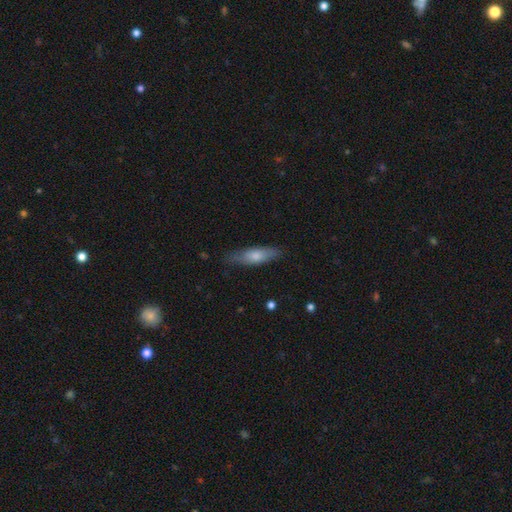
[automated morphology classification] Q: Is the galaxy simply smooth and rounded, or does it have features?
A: smooth — 66%.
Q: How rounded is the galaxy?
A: cigar-shaped — 54%.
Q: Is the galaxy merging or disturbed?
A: none — 79%.